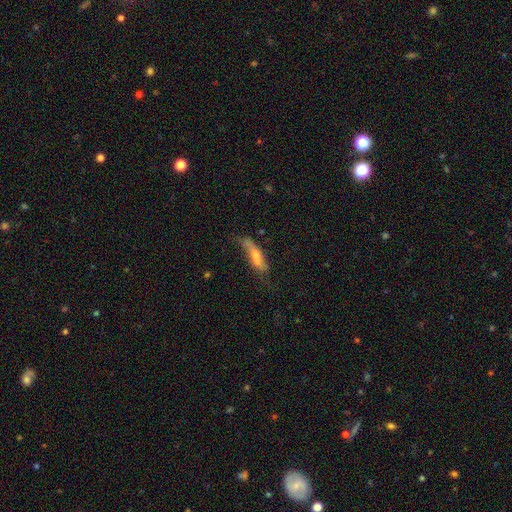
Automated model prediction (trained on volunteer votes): smooth_or_featured: featured or disk (p=0.51) [alt: smooth p=0.41]
disk_edge_on: yes (p=0.56) [alt: no p=0.44]
merging: none (p=0.47) [alt: minor disturbance p=0.29]